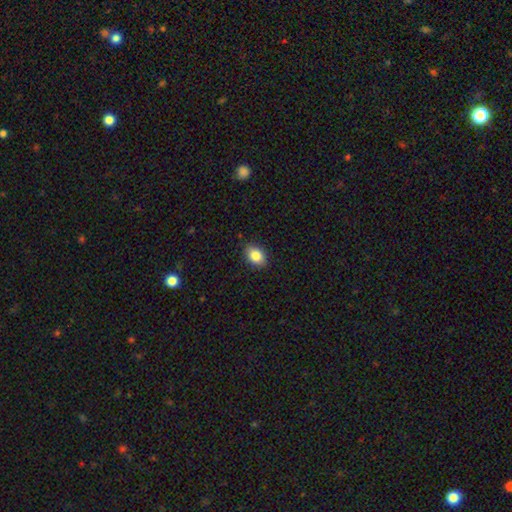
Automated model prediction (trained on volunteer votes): smooth-or-featured: smooth: 84% | star or artifact: 8% | featured or disk: 7%
  how-rounded: in between: 79% | round: 19% | cigar-shaped: 1%
  merging: none: 87% | minor disturbance: 10% | major disturbance: 2% | merger: 1%